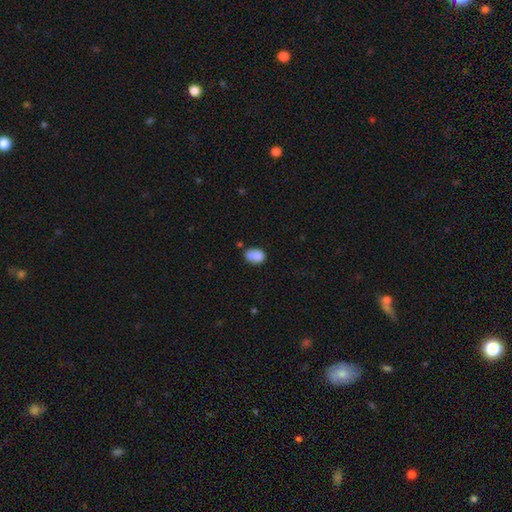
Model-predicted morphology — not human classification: This appears to be a smooth galaxy with no disk features (77%) that is in between round and cigar-shaped (66%). Merging: merger (38%).